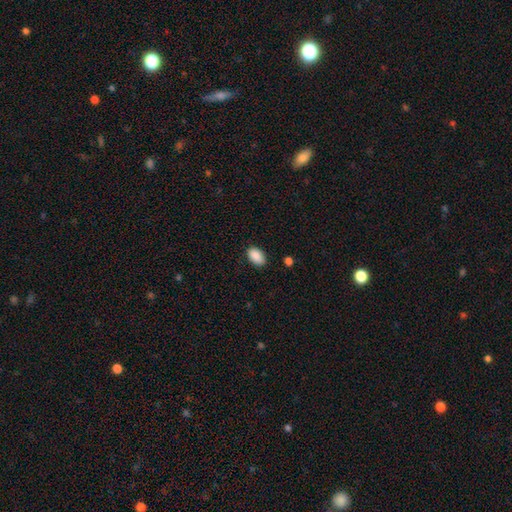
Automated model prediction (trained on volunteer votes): A smooth galaxy with no disk features (90%) that is in between round and cigar-shaped (91%).

Vote fractions:
- Smooth or featured? smooth: 90% / star or artifact: 7% / featured or disk: 3%
- How rounded? in between: 91% / round: 8% / cigar-shaped: 1%
- Merging? none: 86% / minor disturbance: 11% / major disturbance: 2% / merger: 1%